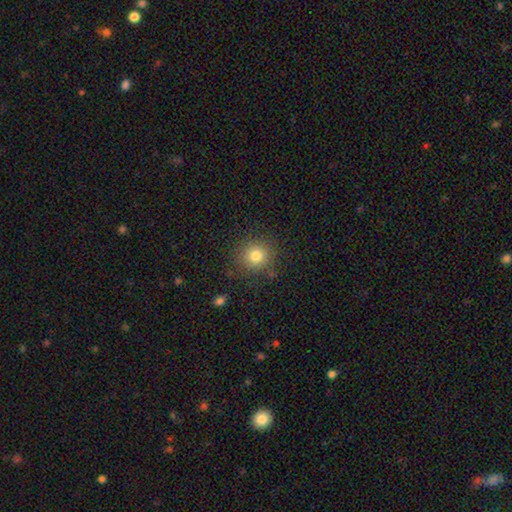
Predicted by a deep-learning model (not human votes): A smooth galaxy with no disk features (79%) that is round (91%). Merging: none (85%).